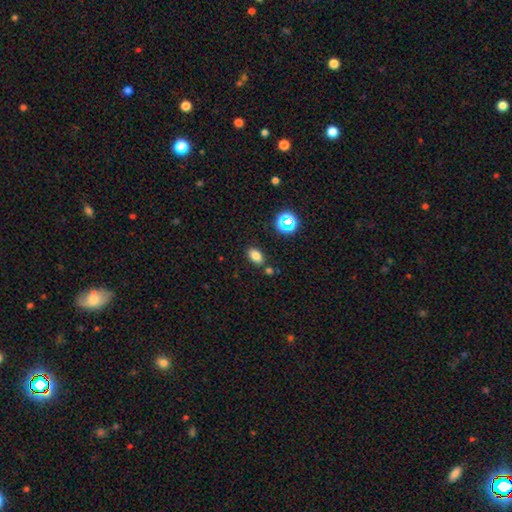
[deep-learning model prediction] The model was most divided on "smooth or featured": smooth: 80%, star or artifact: 14%, featured or disk: 7%. More confident: how rounded — in between (86%); merging — none (79%).